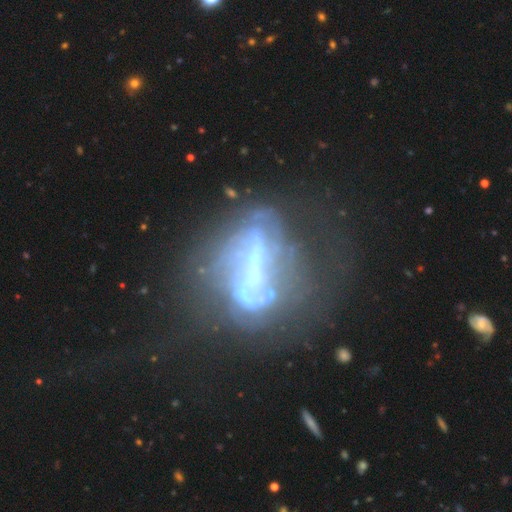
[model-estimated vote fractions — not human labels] Smooth or featured? Predicted: featured or disk (p=0.73). Edge-on disk? Predicted: no (p=0.94). Bar? Predicted: strong (p=0.38). Spiral arms? Predicted: no (p=0.53). Bulge size? Predicted: none (p=0.34). Merging? Predicted: none (p=0.46).